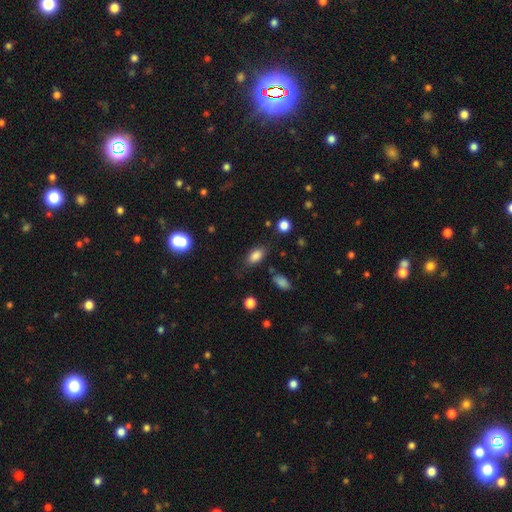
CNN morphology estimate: A smooth galaxy with no disk features (84%) that is in between round and cigar-shaped (89%). Merging: none (75%).